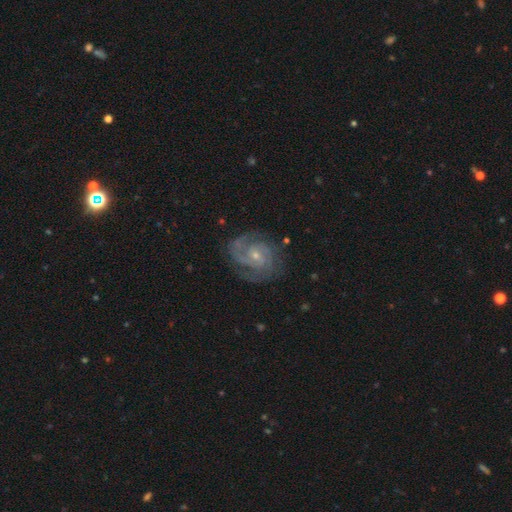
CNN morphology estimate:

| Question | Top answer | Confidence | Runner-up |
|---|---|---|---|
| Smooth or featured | featured or disk | 90% | smooth (5%) |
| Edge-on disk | no | 98% | yes (2%) |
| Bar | no | 59% | weak (34%) |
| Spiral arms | yes | 98% | no (2%) |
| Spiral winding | tight | 54% | medium (39%) |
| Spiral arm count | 2 | 58% | 3 (20%) |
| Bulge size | small | 68% | moderate (28%) |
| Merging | none | 76% | minor disturbance (16%) |